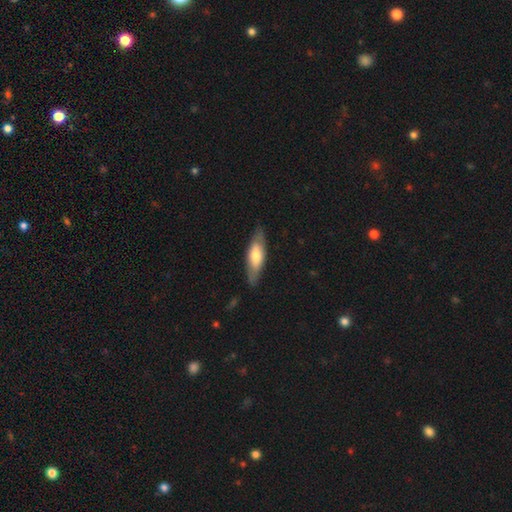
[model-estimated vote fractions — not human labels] Smooth or featured? smooth (60%)
How rounded? cigar-shaped (49%, tied with in between)
Merging? none (82%)